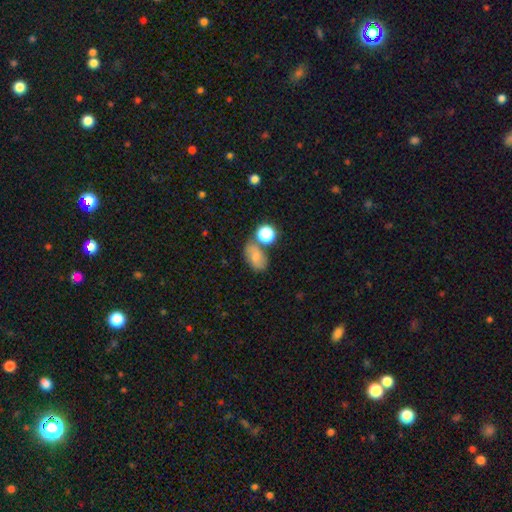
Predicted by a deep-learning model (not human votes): Smooth or featured? smooth (62%)
How rounded? in between (78%)
Merging? none (58%)